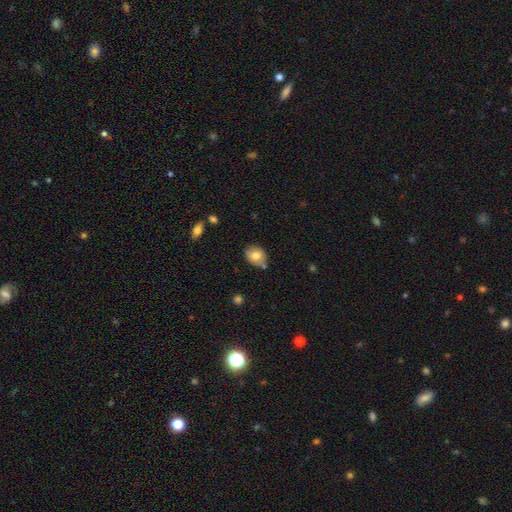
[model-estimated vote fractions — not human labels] Smooth or featured: smooth — 76% (featured or disk — 16%)
How rounded: round — 52% (in between — 47%)
Merging: none — 71% (minor disturbance — 18%)